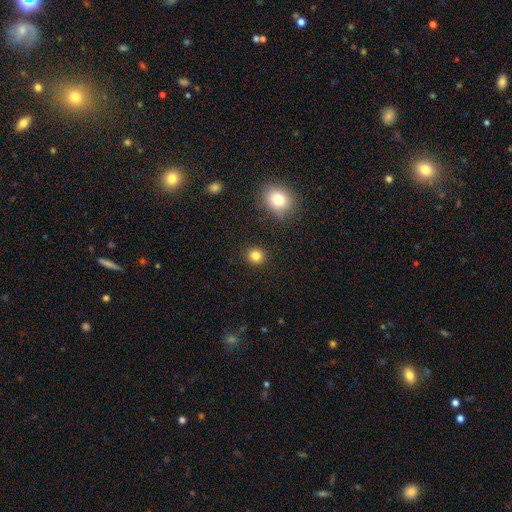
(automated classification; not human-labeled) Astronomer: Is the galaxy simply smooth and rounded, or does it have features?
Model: smooth — 82%.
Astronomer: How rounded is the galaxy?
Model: round — 88%.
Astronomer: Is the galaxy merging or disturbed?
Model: none — 91%.